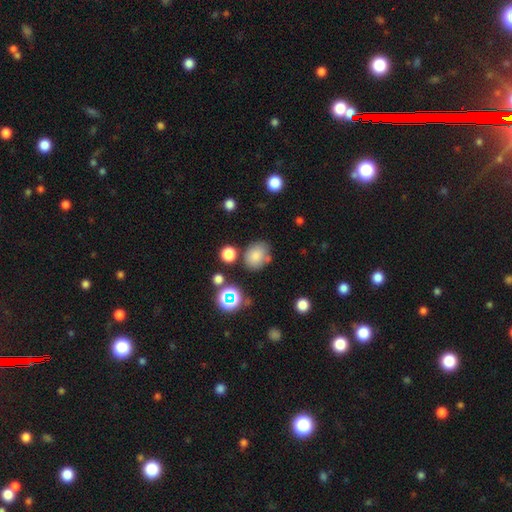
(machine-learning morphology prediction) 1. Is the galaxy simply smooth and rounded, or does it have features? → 78% smooth, 14% star or artifact, 9% featured or disk.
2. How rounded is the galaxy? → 55% in between, 44% round, 1% cigar-shaped.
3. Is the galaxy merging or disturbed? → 69% none, 16% minor disturbance, 9% merger, 5% major disturbance.